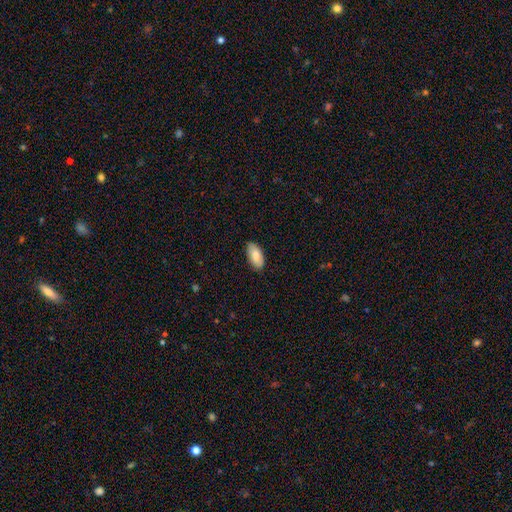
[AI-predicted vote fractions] Smooth or featured? smooth (85%)
How rounded? in between (93%)
Merging? none (85%)